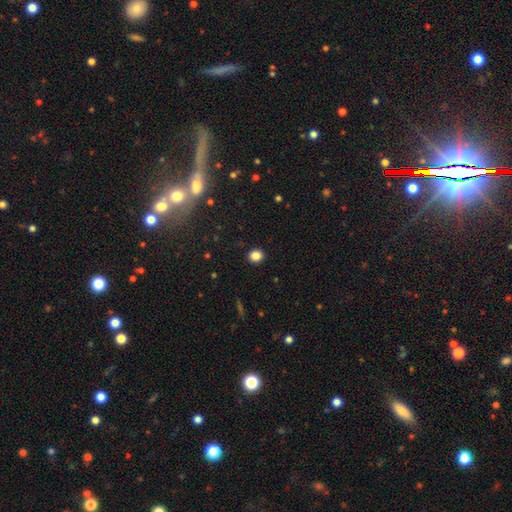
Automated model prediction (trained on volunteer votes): The model was most divided on "how rounded": round: 77%, in between: 22%, cigar-shaped: 1%. More confident: merging — none (91%); smooth or featured — smooth (84%).